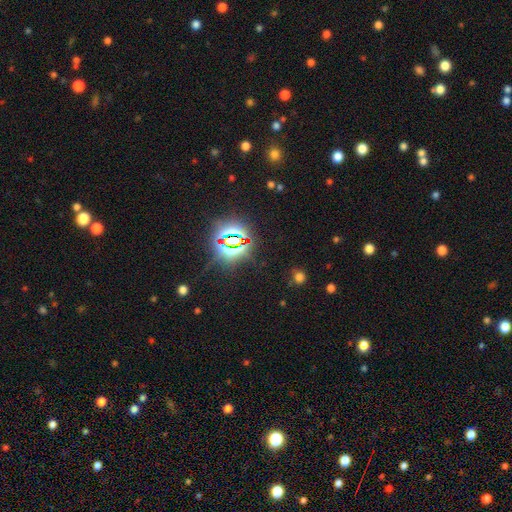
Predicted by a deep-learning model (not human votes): smooth_or_featured: star or artifact (p=0.84) [alt: smooth p=0.10]